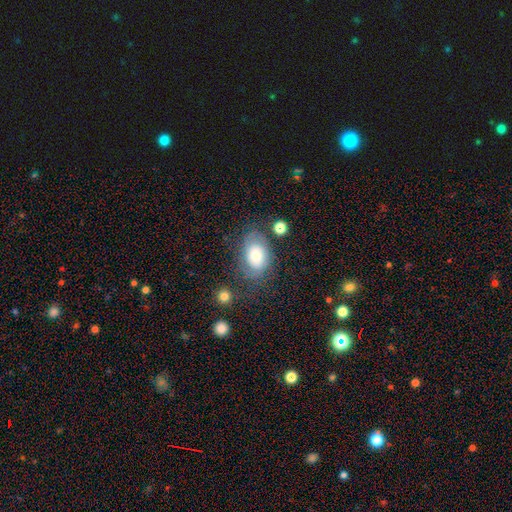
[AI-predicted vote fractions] This appears to be a smooth galaxy with no disk features (58%) that is in between round and cigar-shaped (80%). Merging: none (60%).